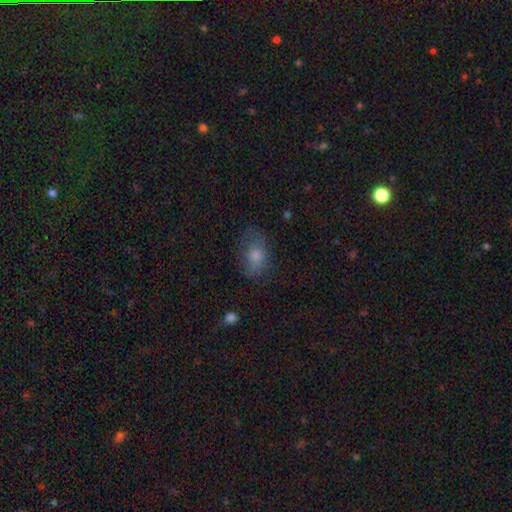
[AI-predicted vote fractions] This is likely a smooth galaxy (64%). How rounded: clearly in between (82%). Merging: likely none (65%).